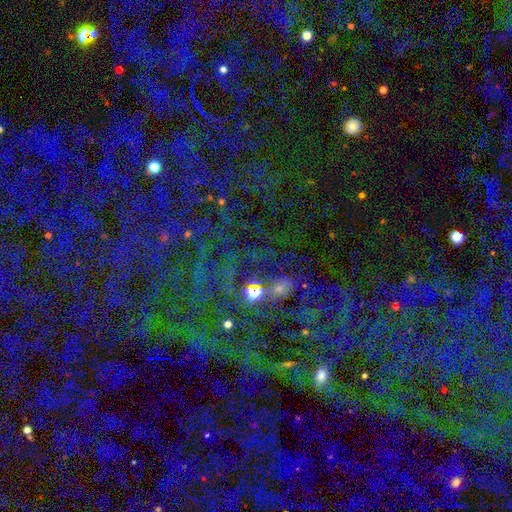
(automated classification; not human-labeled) The model was most divided on "smooth or featured": star or artifact: 78%, smooth: 14%, featured or disk: 9%.